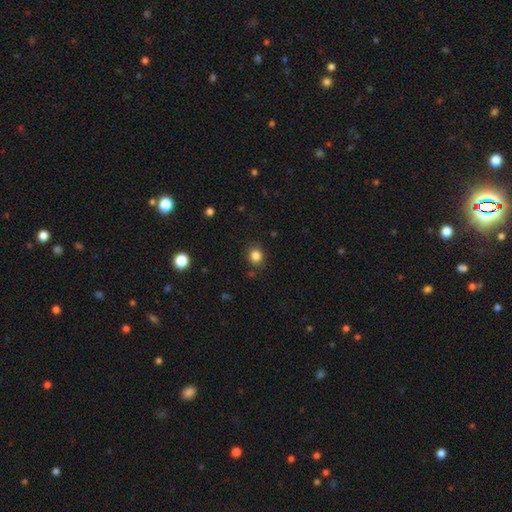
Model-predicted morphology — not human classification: Smooth or featured?
  - smooth: 83% *
  - star or artifact: 12%
  - featured or disk: 5%
How rounded?
  - round: 80% *
  - in between: 19%
  - cigar-shaped: 1%
Merging?
  - none: 85% *
  - minor disturbance: 10%
  - major disturbance: 3%
  - merger: 2%